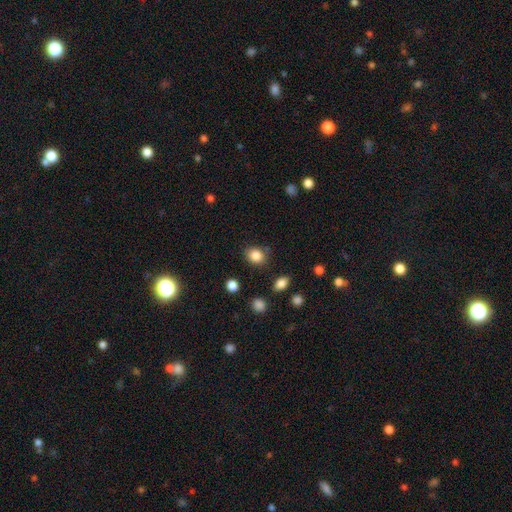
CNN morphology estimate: This appears to be a smooth galaxy with no disk features (85%) that is round (55%). Merging: none (81%).